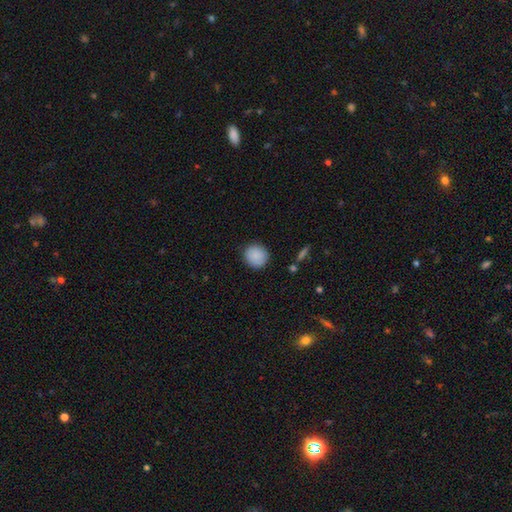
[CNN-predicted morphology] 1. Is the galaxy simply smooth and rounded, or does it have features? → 89% smooth, 8% star or artifact, 4% featured or disk.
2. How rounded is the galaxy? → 90% round, 9% in between, 1% cigar-shaped.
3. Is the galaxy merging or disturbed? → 90% none, 7% minor disturbance, 2% major disturbance, 1% merger.